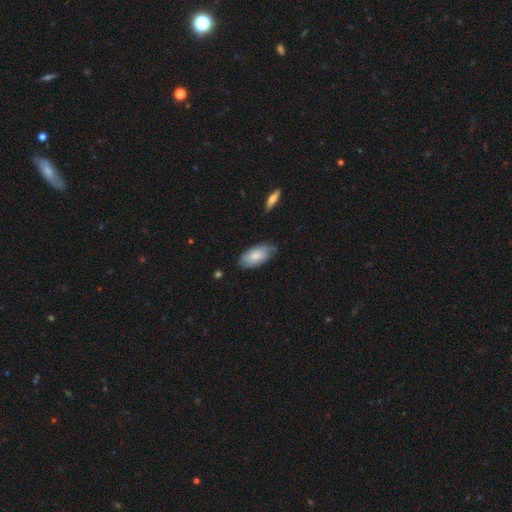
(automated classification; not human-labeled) Smooth or featured? smooth (61%)
How rounded? in between (92%)
Merging? none (66%)